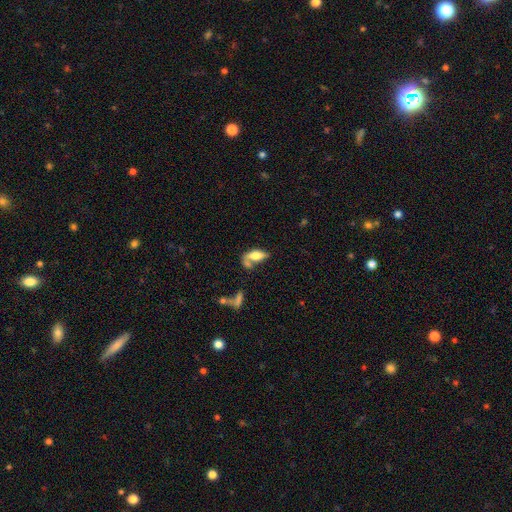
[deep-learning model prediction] This appears to be a smooth galaxy with no disk features (63%) that is in between round and cigar-shaped (77%). Merging: none (33%).